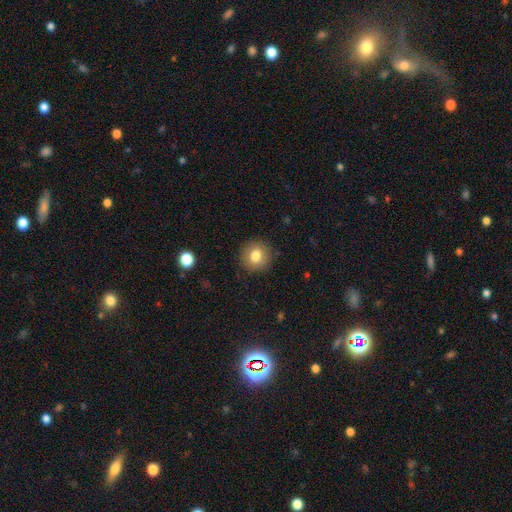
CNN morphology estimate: A smooth galaxy with no disk features (81%) that is round (89%). Merging: none (89%).